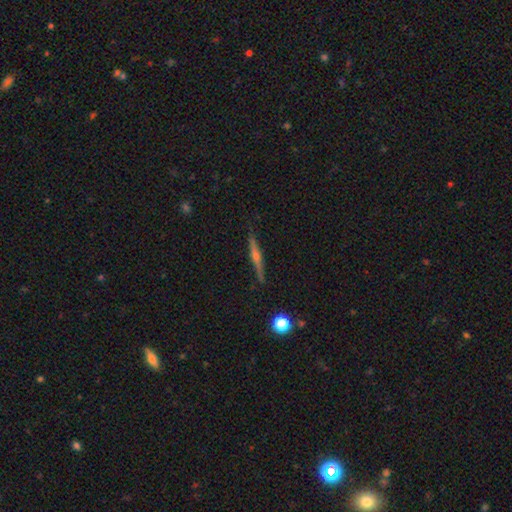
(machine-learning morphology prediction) Q: Smooth or featured?
A: featured or disk (75%); runner-up: smooth (18%)
Q: Edge-on disk?
A: yes (98%); runner-up: no (2%)
Q: Edge-on bulge?
A: rounded (85%); runner-up: none (8%)
Q: Merging?
A: none (89%); runner-up: minor disturbance (8%)